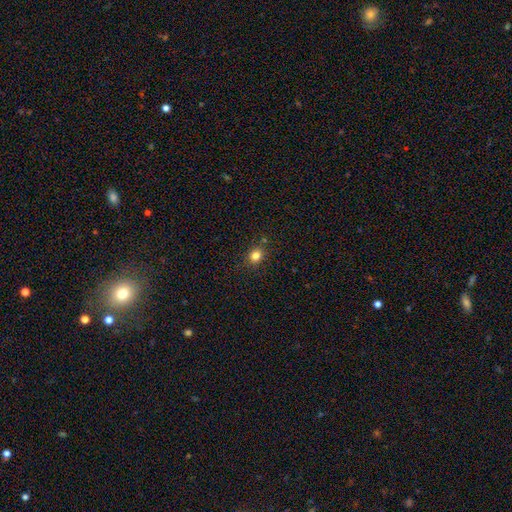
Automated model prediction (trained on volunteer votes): smooth_or_featured: smooth (p=0.81) [alt: star or artifact p=0.14]
how_rounded: round (p=0.75) [alt: in between p=0.24]
merging: none (p=0.84) [alt: minor disturbance p=0.10]